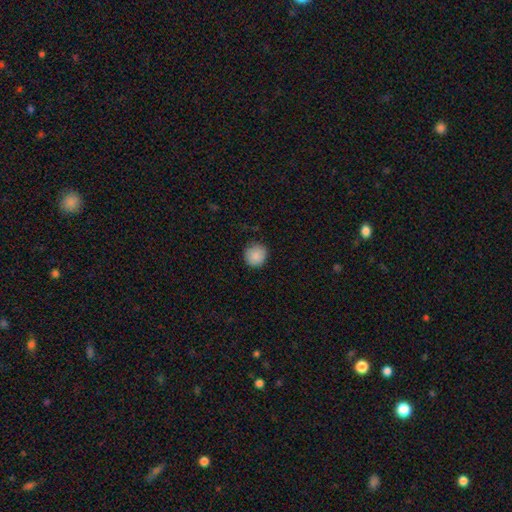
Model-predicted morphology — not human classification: This appears to be a smooth galaxy with no disk features (88%) that is round (93%). Merging: none (86%).